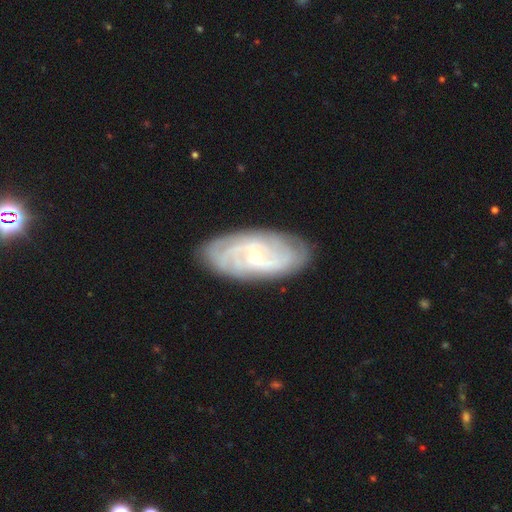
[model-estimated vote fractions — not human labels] Q: Smooth or featured?
A: featured or disk (82%); runner-up: smooth (12%)
Q: Edge-on disk?
A: no (94%); runner-up: yes (6%)
Q: Bar?
A: weak (46%); runner-up: no (39%)
Q: Spiral arms?
A: yes (94%); runner-up: no (6%)
Q: Spiral winding?
A: tight (55%); runner-up: medium (33%)
Q: Spiral arm count?
A: can't tell (35%); runner-up: 2 (26%)
Q: Bulge size?
A: small (69%); runner-up: moderate (28%)
Q: Merging?
A: none (82%); runner-up: minor disturbance (13%)